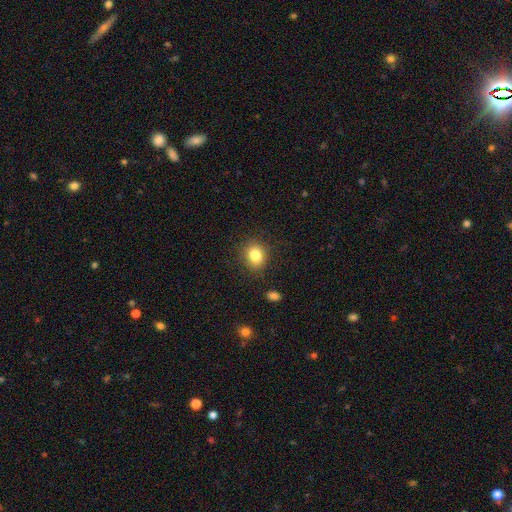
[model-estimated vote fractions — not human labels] A smooth galaxy with no disk features (83%) that is in between round and cigar-shaped (53%). Merging: none (83%).